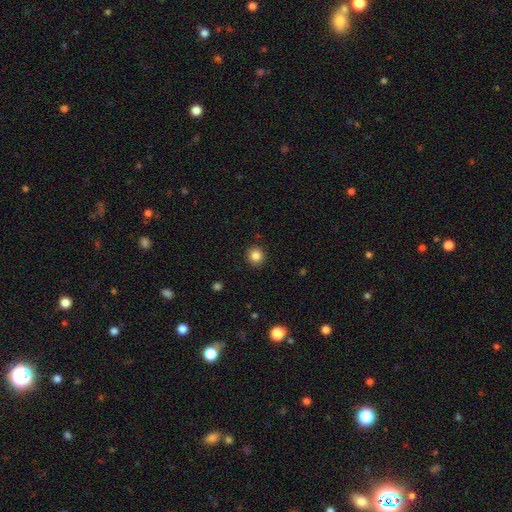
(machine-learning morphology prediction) Smooth or featured?
  - smooth: 84% *
  - star or artifact: 11%
  - featured or disk: 5%
How rounded?
  - round: 92% *
  - in between: 7%
  - cigar-shaped: 1%
Merging?
  - none: 92% *
  - minor disturbance: 5%
  - major disturbance: 2%
  - merger: 1%